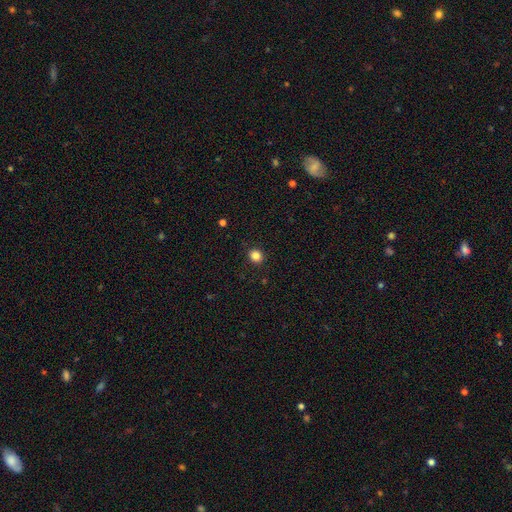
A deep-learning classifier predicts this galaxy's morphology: type=smooth (84%); roundness=round (83%); merging=none (91%).